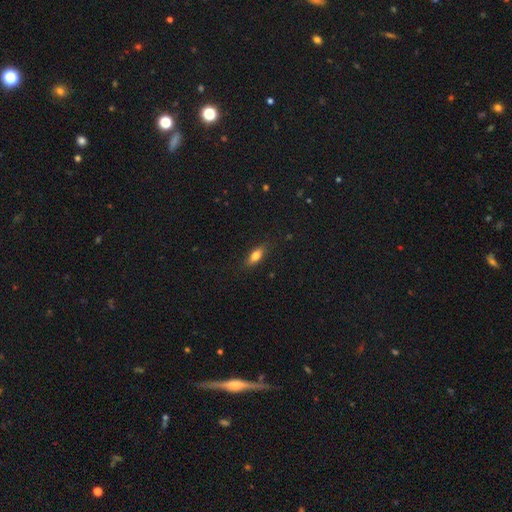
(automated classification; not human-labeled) Smooth or featured?
  - smooth: 76% *
  - featured or disk: 16%
  - star or artifact: 8%
How rounded?
  - in between: 76% *
  - cigar-shaped: 19%
  - round: 5%
Merging?
  - none: 83% *
  - minor disturbance: 13%
  - major disturbance: 3%
  - merger: 1%